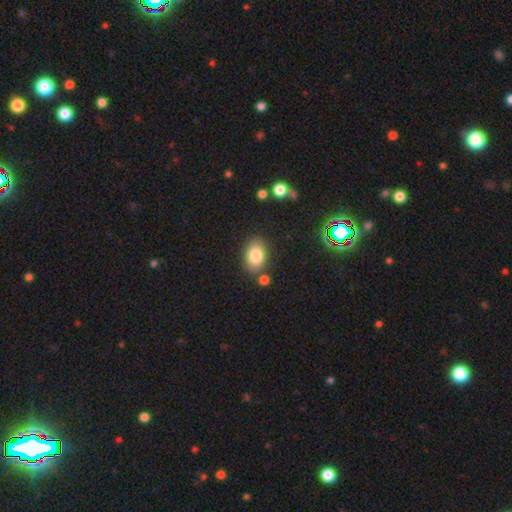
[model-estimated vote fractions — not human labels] A smooth galaxy with no disk features (82%) that is in between round and cigar-shaped (85%). Merging: none (79%).